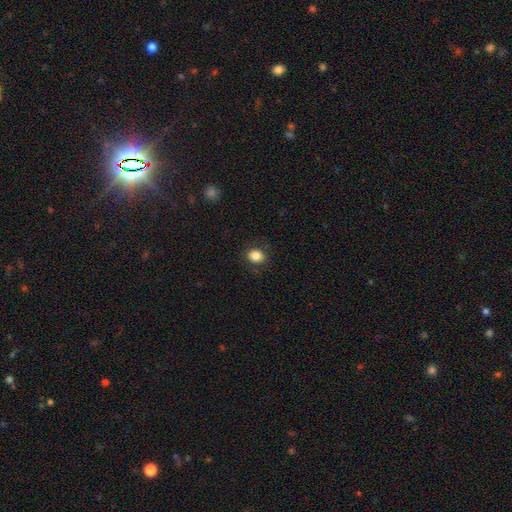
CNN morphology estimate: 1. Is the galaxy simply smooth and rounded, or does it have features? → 84% smooth, 10% star or artifact, 6% featured or disk.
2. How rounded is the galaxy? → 65% round, 34% in between, 1% cigar-shaped.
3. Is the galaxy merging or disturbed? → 86% none, 10% minor disturbance, 3% major disturbance, 1% merger.